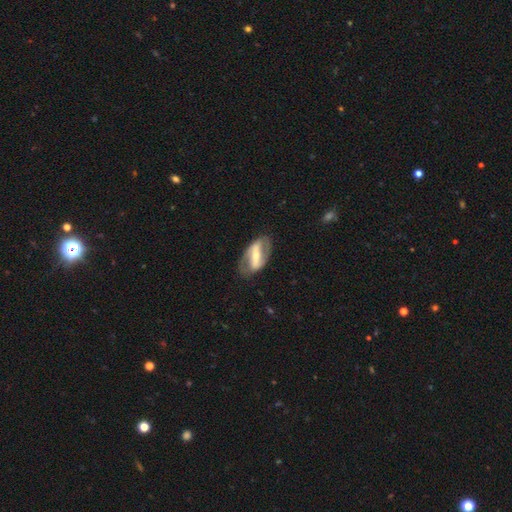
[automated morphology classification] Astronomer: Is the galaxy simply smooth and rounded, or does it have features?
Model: featured or disk — 75%.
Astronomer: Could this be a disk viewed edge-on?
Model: no — 88%.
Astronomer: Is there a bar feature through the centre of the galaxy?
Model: strong — 78%.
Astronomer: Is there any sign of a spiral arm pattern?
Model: yes — 60% (runner-up: no, 40%).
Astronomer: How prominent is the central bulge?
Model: moderate — 45% (runner-up: small, 42%).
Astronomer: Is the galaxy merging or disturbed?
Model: none — 74%.